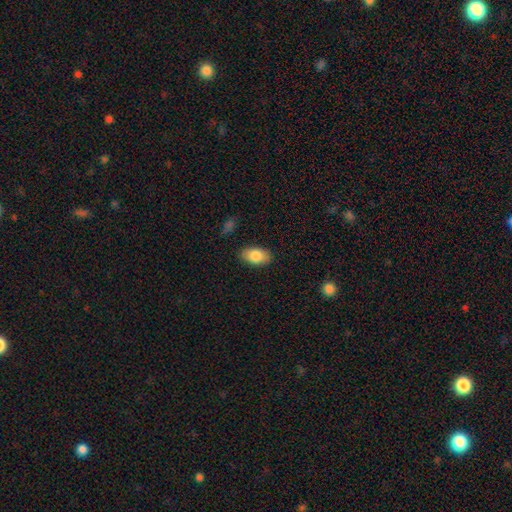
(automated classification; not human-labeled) smooth-or-featured: smooth: 83% | featured or disk: 10% | star or artifact: 7%
  how-rounded: in between: 93% | round: 5% | cigar-shaped: 2%
  merging: none: 87% | minor disturbance: 10% | major disturbance: 2% | merger: 1%